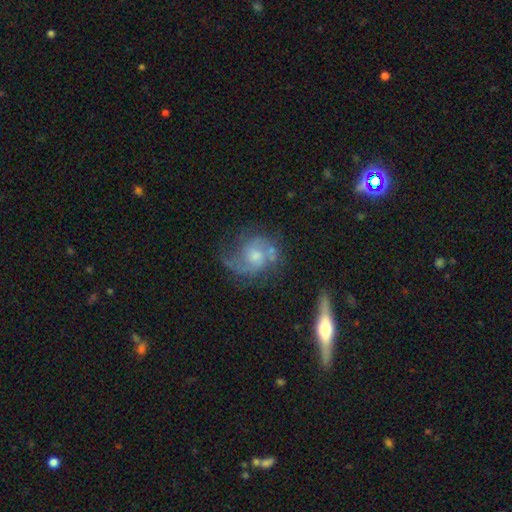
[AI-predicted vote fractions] Q: Smooth or featured?
A: featured or disk (77%); runner-up: smooth (16%)
Q: Edge-on disk?
A: no (96%); runner-up: yes (4%)
Q: Bar?
A: no (69%); runner-up: weak (27%)
Q: Spiral arms?
A: yes (90%); runner-up: no (10%)
Q: Spiral winding?
A: medium (48%); runner-up: tight (28%)
Q: Spiral arm count?
A: 2 (63%); runner-up: can't tell (16%)
Q: Bulge size?
A: moderate (54%); runner-up: small (33%)
Q: Merging?
A: none (56%); runner-up: minor disturbance (21%)